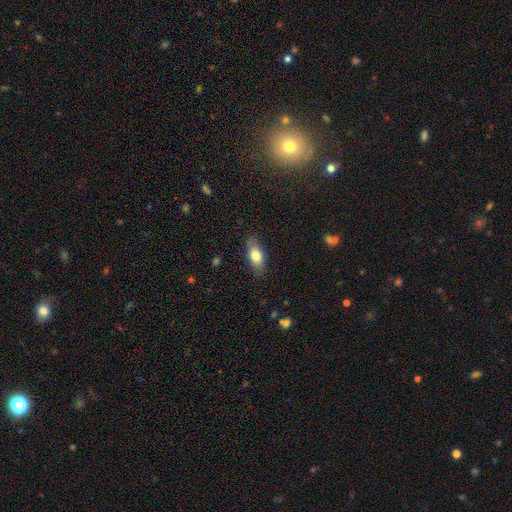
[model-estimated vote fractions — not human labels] Overall: smooth (79%). How rounded: in between (84%). Merging: none (83%).